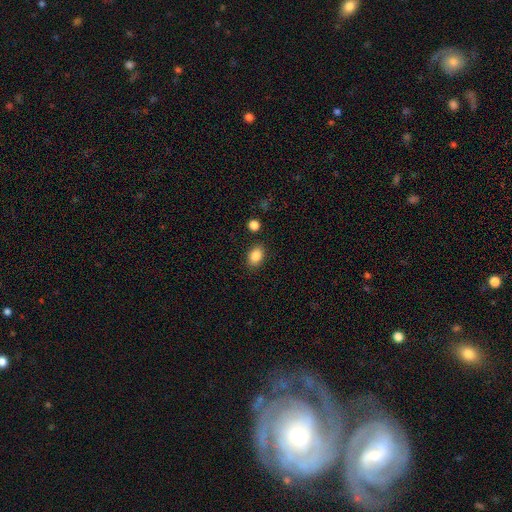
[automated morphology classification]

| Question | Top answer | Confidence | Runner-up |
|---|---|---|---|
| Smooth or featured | smooth | 86% | star or artifact (9%) |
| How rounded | in between | 80% | round (19%) |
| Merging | none | 84% | minor disturbance (10%) |